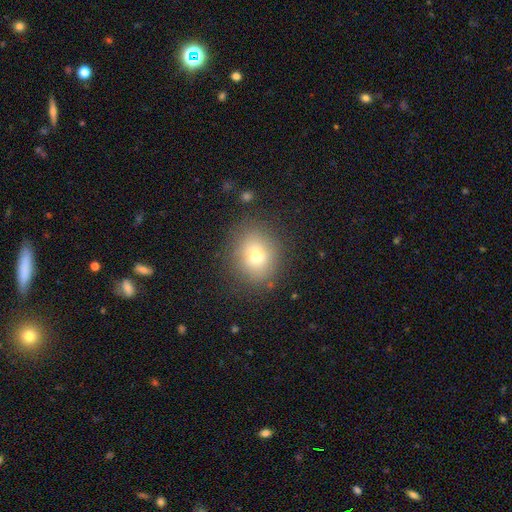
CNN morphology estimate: smooth_or_featured: smooth (p=0.72) [alt: star or artifact p=0.15]
how_rounded: round (p=0.67) [alt: in between p=0.32]
merging: none (p=0.85) [alt: minor disturbance p=0.10]